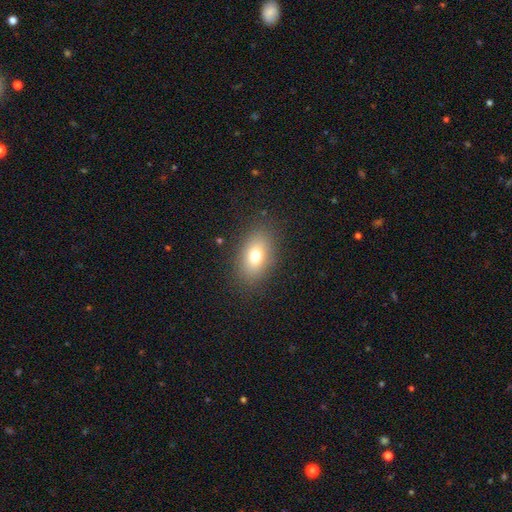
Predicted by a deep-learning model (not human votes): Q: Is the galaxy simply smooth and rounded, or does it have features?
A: smooth — 73%.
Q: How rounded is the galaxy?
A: in between — 82%.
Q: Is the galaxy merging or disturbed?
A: none — 85%.